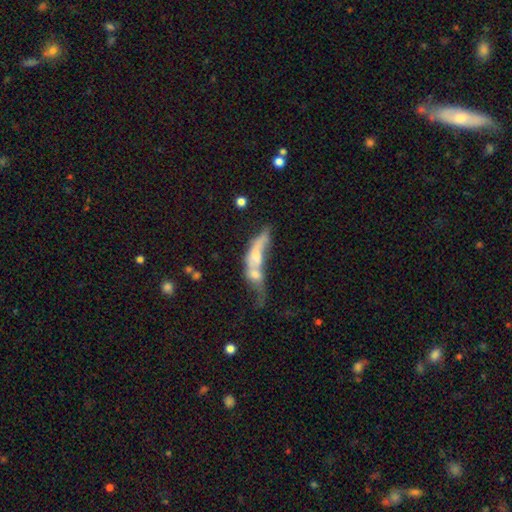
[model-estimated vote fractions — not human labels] Morphology: type=featured or disk (47%); merging=merger (67%).